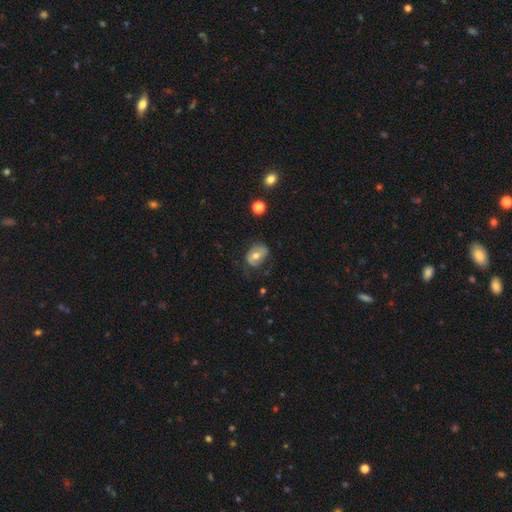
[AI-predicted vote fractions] A smooth galaxy with no disk features (55%) that is in between round and cigar-shaped (71%).

Vote fractions:
- Smooth or featured? smooth: 55% / featured or disk: 37% / star or artifact: 8%
- How rounded? in between: 71% / round: 28% / cigar-shaped: 1%
- Merging? none: 57% / minor disturbance: 28% / major disturbance: 13% / merger: 2%